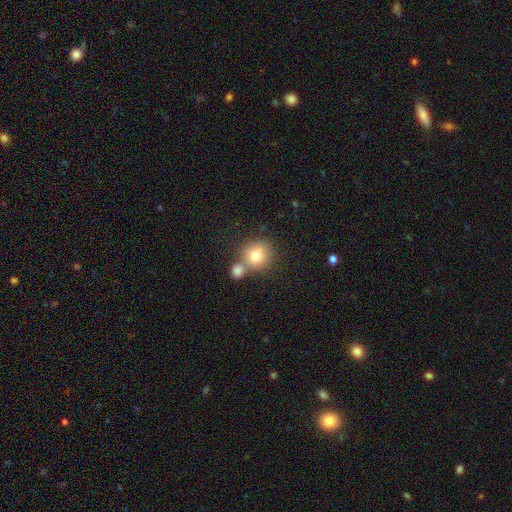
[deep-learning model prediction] This appears to be a smooth galaxy with no disk features (77%) that is round (88%). Merging: none (52%).